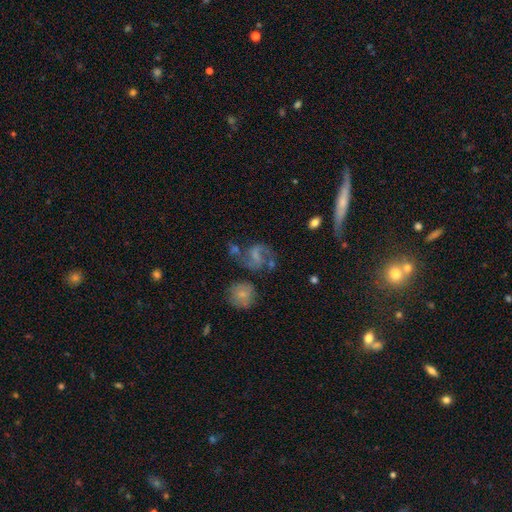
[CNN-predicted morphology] type=featured or disk (64%); edge-on=no (98%); bar=weak (47%); spiral arms=yes (87%); winding=loose (52%); arm count=2 (87%); bulge=none (48%); merging=none (49%).